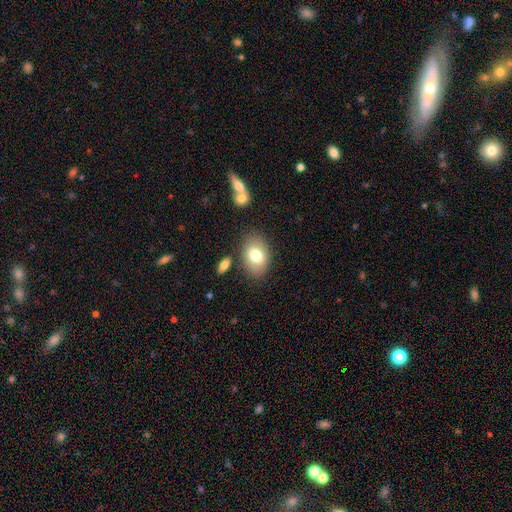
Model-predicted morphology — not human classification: Q: Smooth or featured?
A: smooth (76%); runner-up: featured or disk (16%)
Q: How rounded?
A: in between (81%); runner-up: round (17%)
Q: Merging?
A: none (78%); runner-up: minor disturbance (13%)